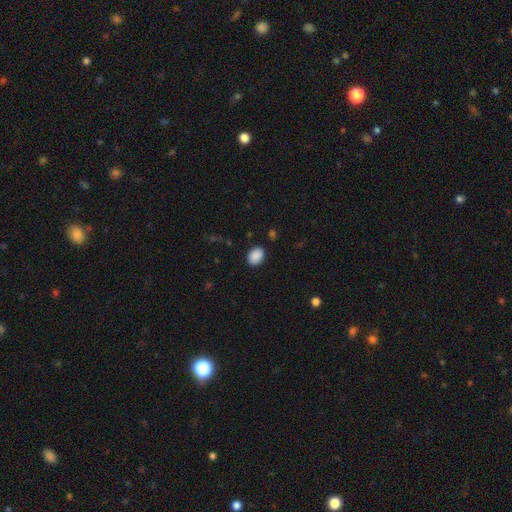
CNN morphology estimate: A smooth galaxy with no disk features (89%) that is in between round and cigar-shaped (72%). Merging: none (86%).